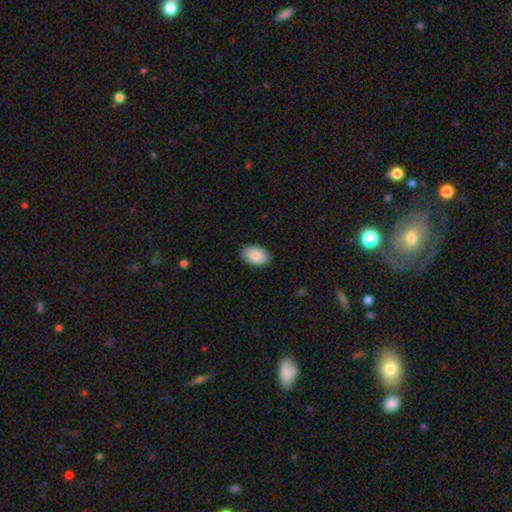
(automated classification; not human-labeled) Q: Smooth or featured?
A: smooth (89%); runner-up: star or artifact (6%)
Q: How rounded?
A: in between (92%); runner-up: round (7%)
Q: Merging?
A: none (89%); runner-up: minor disturbance (8%)